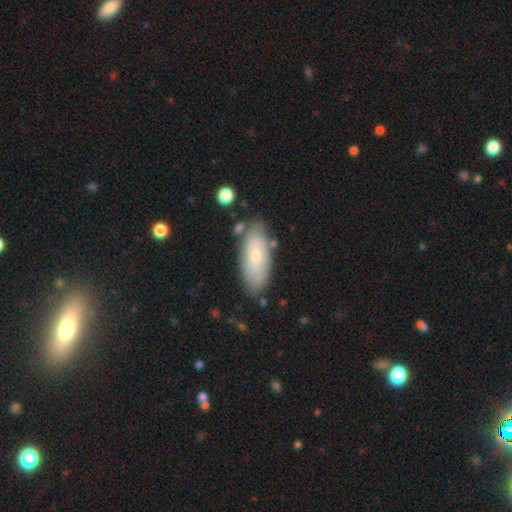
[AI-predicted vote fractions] The model was most divided on "smooth or featured": smooth: 65%, featured or disk: 28%, star or artifact: 6%. More confident: how rounded — in between (83%); merging — none (75%).